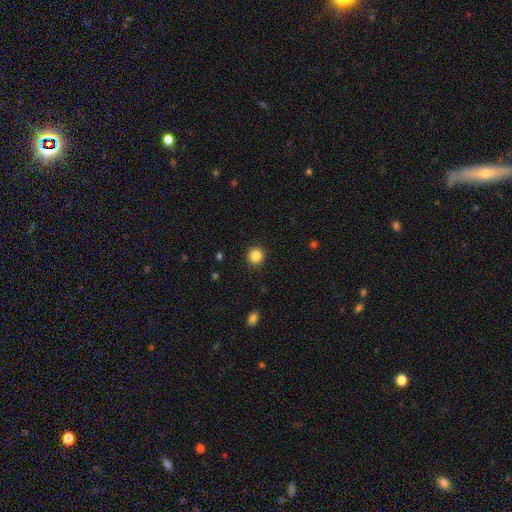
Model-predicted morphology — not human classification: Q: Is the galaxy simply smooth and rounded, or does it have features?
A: smooth — 85%.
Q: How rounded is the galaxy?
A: round — 93%.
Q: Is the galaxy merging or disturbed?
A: none — 91%.